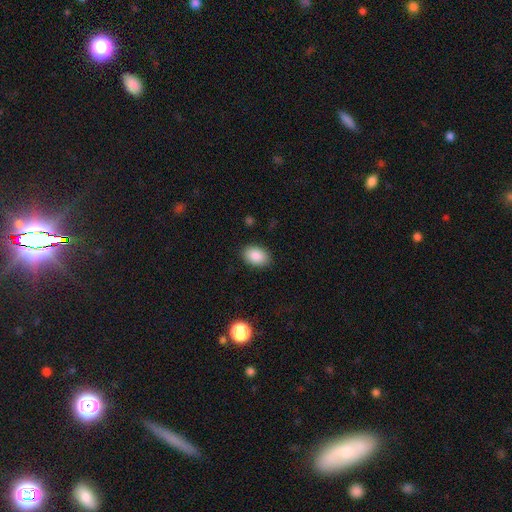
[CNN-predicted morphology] A smooth galaxy with no disk features (88%) that is in between round and cigar-shaped (86%).

Vote fractions:
- Smooth or featured? smooth: 88% / star or artifact: 8% / featured or disk: 4%
- How rounded? in between: 86% / round: 13% / cigar-shaped: 1%
- Merging? none: 88% / minor disturbance: 9% / major disturbance: 2% / merger: 1%